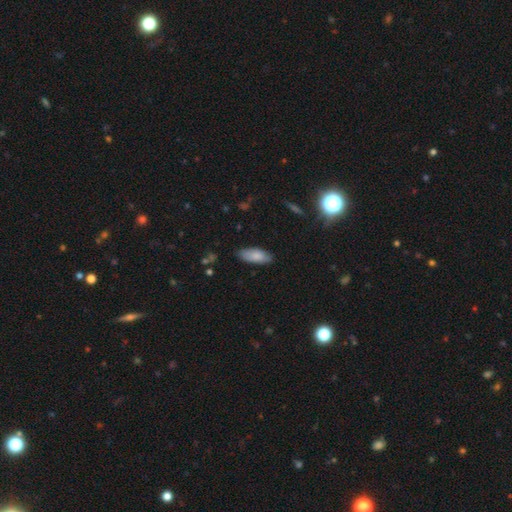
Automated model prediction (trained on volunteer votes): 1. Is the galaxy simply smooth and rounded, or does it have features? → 84% smooth, 10% featured or disk, 6% star or artifact.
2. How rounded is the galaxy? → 81% in between, 18% cigar-shaped, 2% round.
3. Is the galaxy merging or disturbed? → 81% none, 15% minor disturbance, 3% major disturbance, 1% merger.